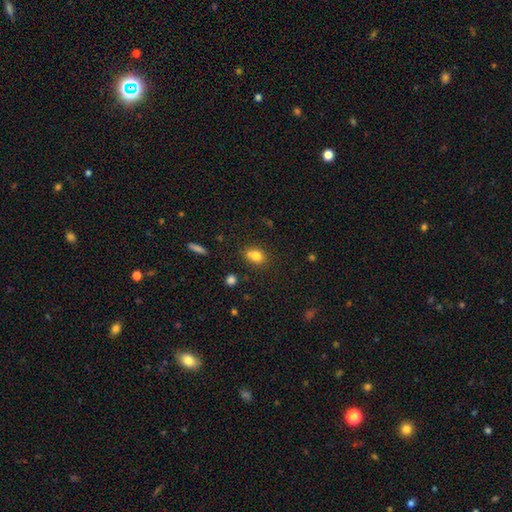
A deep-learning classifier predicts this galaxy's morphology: Overall: smooth (77%). How rounded: round (52%; in between 46%). Merging: none (50%; merger 31%).